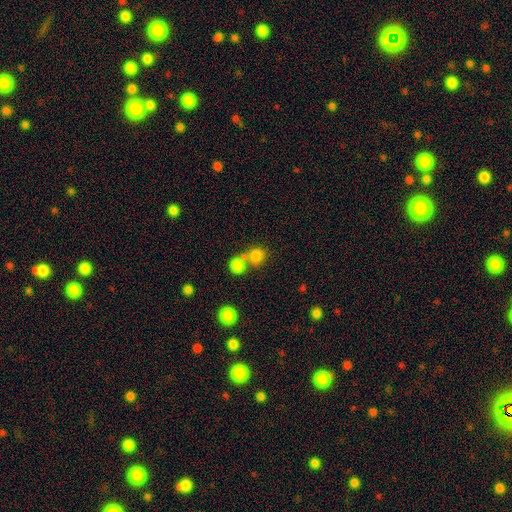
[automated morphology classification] Smooth or featured? Predicted: smooth (p=0.80). How rounded? Predicted: round (p=0.85). Merging? Predicted: none (p=0.50).